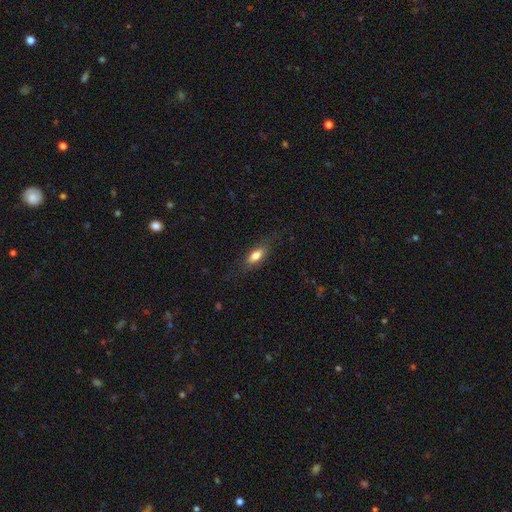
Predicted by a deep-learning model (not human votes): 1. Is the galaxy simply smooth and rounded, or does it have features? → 75% smooth, 17% featured or disk, 7% star or artifact.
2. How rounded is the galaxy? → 73% in between, 23% cigar-shaped, 4% round.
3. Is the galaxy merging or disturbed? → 78% none, 15% minor disturbance, 6% major disturbance, 1% merger.